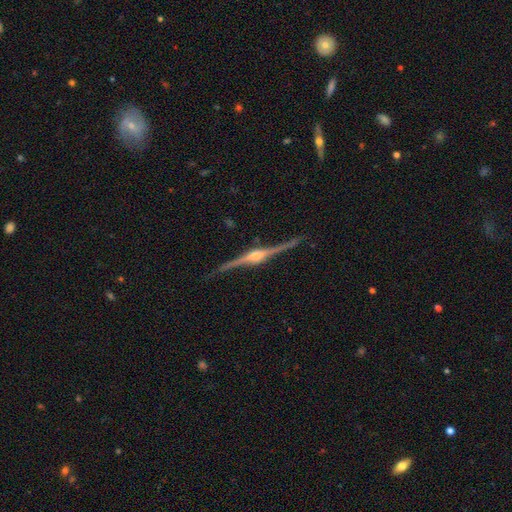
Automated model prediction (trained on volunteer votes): A featured or disk galaxy (90%) viewed edge-on (98%) with a rounded central bulge (89%). Merging: none (88%).